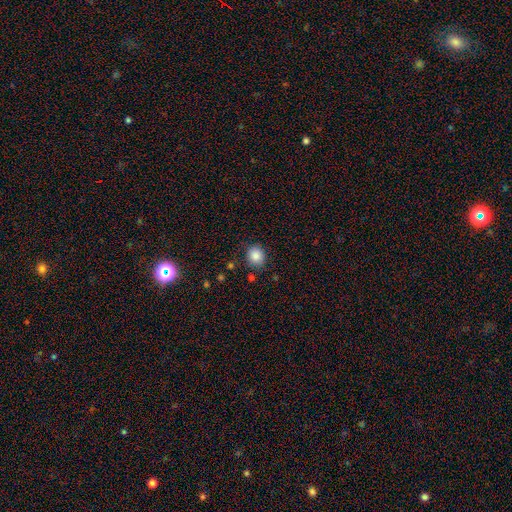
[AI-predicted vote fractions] Smooth or featured? Predicted: smooth (p=0.86). How rounded? Predicted: round (p=0.75). Merging? Predicted: none (p=0.82).